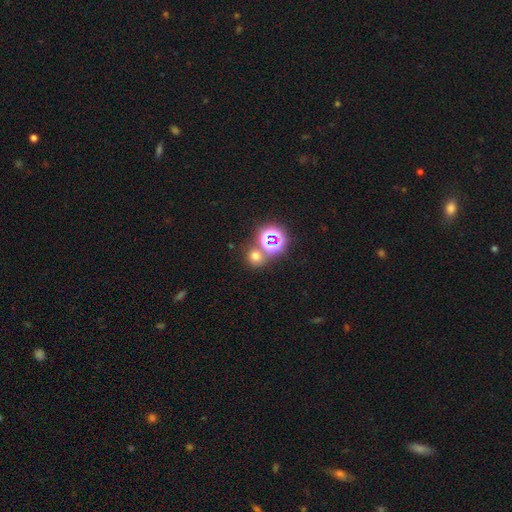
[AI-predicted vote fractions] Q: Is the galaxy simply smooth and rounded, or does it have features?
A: smooth — 57%.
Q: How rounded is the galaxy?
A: round — 82%.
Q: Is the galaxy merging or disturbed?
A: none — 68%.